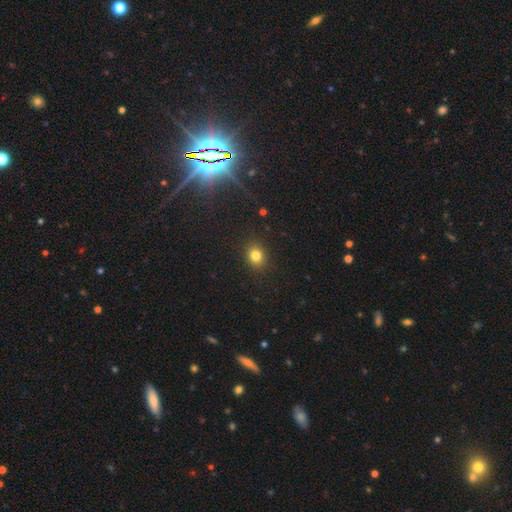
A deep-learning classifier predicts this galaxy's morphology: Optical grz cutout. It shows a smooth galaxy with no disk features (82%) that is round (63%). Merging: none (89%).